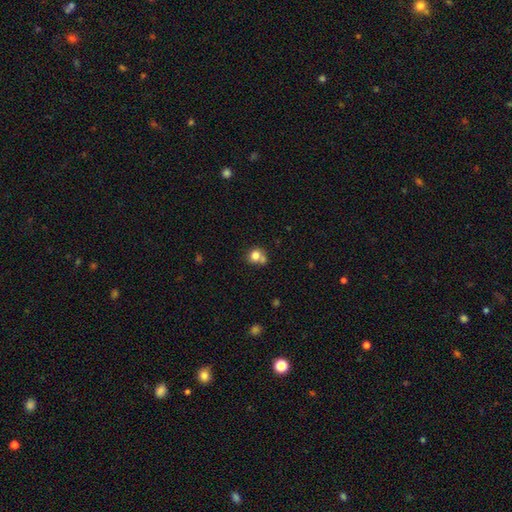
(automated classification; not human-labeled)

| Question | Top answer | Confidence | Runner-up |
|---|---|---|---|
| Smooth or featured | smooth | 78% | featured or disk (11%) |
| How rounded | round | 74% | in between (25%) |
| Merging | none | 45% | merger (35%) |